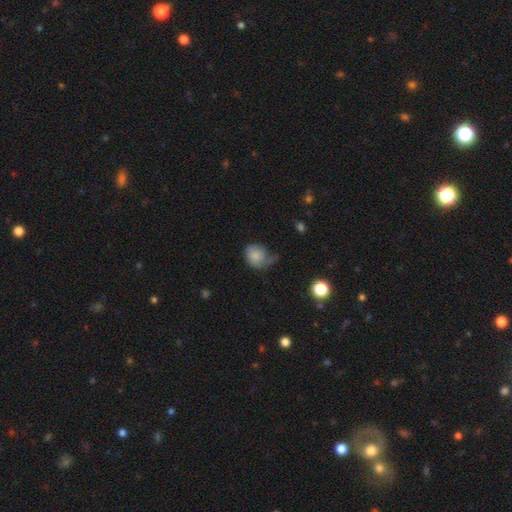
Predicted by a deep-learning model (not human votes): A smooth galaxy with no disk features (76%) that is round (63%).

Vote fractions:
- Smooth or featured? smooth: 76% / featured or disk: 16% / star or artifact: 8%
- How rounded? round: 63% / in between: 36% / cigar-shaped: 1%
- Merging? none: 37% / minor disturbance: 33% / major disturbance: 25% / merger: 5%